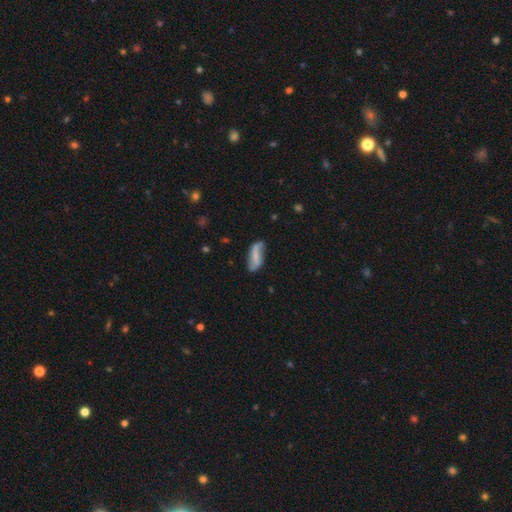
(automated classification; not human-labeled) The model was most divided on "bar": strong: 39%, weak: 34%, no: 27%. Remaining: edge-on disk — no (92%); spiral arms — yes (86%); merging — none (65%); smooth or featured — featured or disk (63%); bulge size — small (44%).